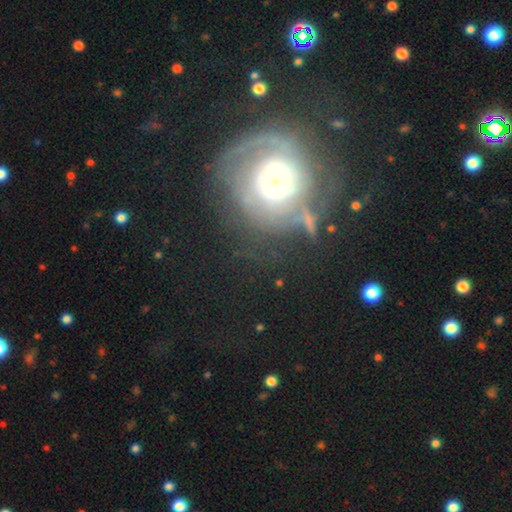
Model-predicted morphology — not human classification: Smooth or featured? featured or disk (73%)
Edge-on disk? no (96%)
Bar? no (78%)
Spiral arms? yes (80%)
Spiral winding? tight (69%)
Spiral arm count? can't tell (39%)
Bulge size? moderate (51%)
Merging? none (66%)